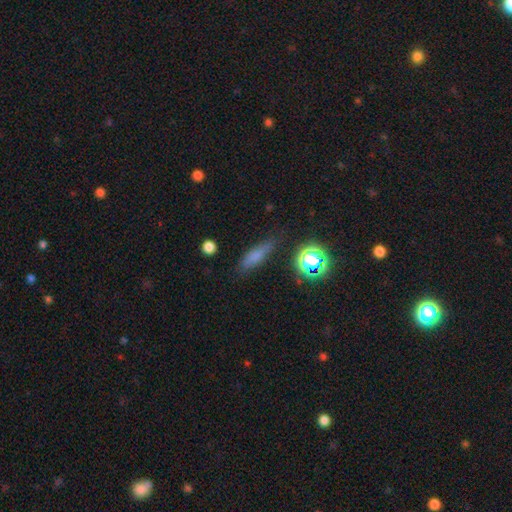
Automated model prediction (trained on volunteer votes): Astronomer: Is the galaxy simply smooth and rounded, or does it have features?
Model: smooth — 69%.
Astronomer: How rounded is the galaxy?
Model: cigar-shaped — 66%.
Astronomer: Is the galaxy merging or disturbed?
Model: none — 76%.